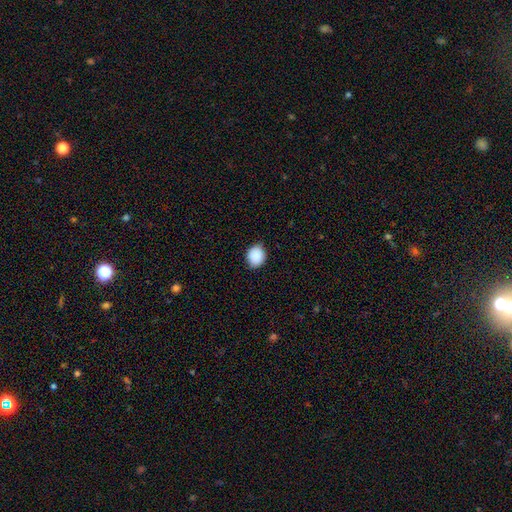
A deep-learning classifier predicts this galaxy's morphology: Smooth or featured? smooth (90%)
How rounded? round (67%)
Merging? none (86%)